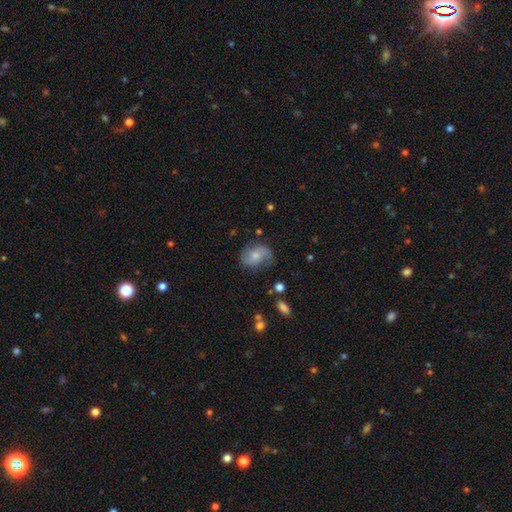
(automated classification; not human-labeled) Smooth or featured?
  - smooth: 48% *
  - featured or disk: 44%
  - star or artifact: 8%
Merging?
  - none: 59% *
  - minor disturbance: 27%
  - major disturbance: 12%
  - merger: 2%